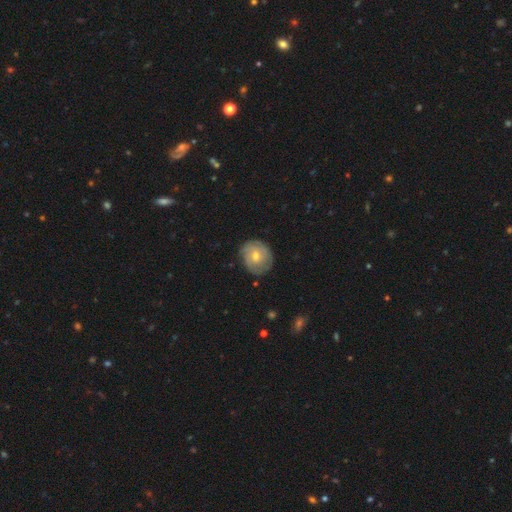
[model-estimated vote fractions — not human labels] Smooth or featured? Predicted: featured or disk (p=0.60). Edge-on disk? Predicted: no (p=0.97). Bar? Predicted: no (p=0.69). Spiral arms? Predicted: yes (p=0.82). Bulge size? Predicted: moderate (p=0.63). Merging? Predicted: none (p=0.79).